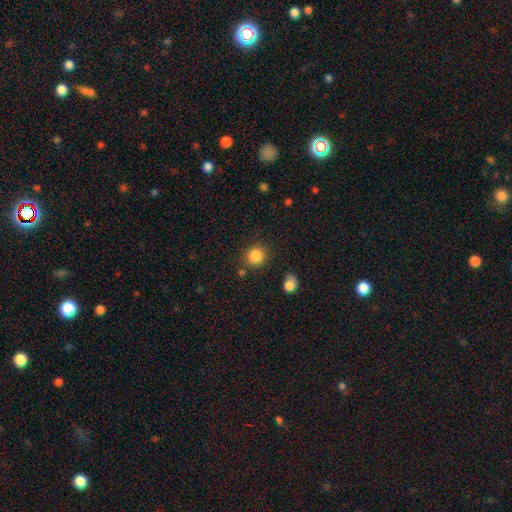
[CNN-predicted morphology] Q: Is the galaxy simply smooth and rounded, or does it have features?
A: smooth — 86%.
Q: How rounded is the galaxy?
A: round — 88%.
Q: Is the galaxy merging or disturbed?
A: none — 84%.